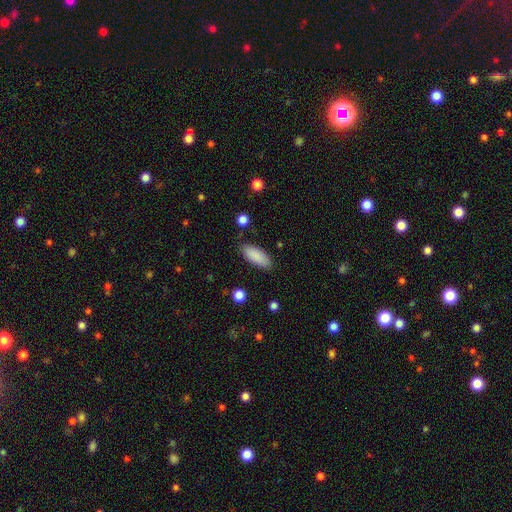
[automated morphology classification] Smooth or featured? smooth (88%)
How rounded? in between (77%)
Merging? none (84%)